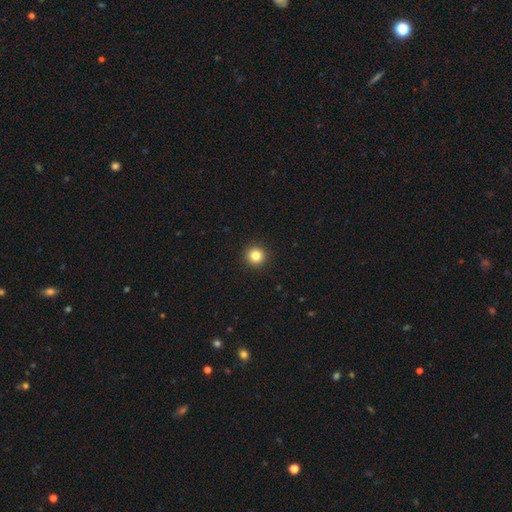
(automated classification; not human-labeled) This is clearly a smooth galaxy (85%). How rounded: clearly round (95%). Merging: clearly none (94%).